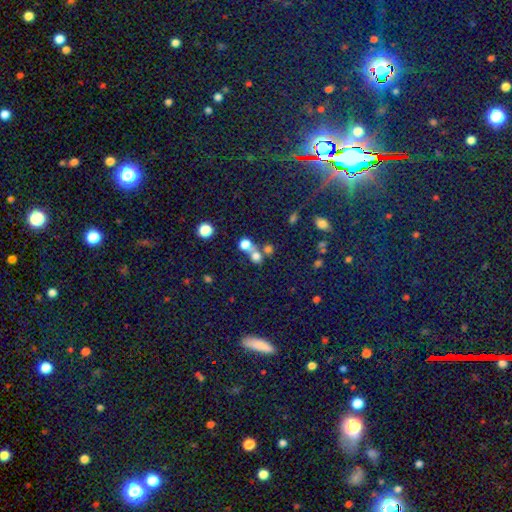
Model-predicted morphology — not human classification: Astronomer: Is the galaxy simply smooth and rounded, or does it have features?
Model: smooth — 66%.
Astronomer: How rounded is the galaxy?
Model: round — 78%.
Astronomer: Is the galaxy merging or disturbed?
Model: merger — 49% (runner-up: none, 39%).